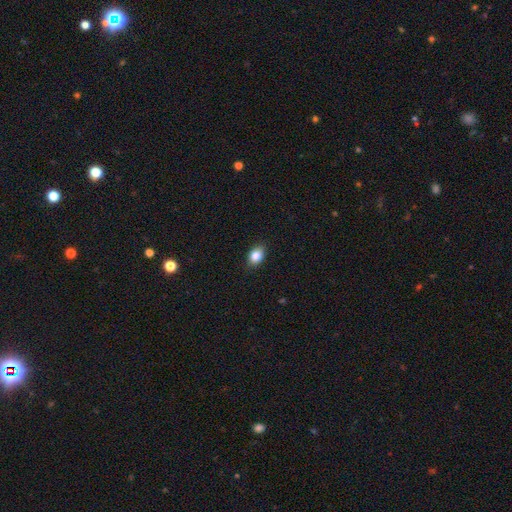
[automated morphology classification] type=smooth (85%); roundness=in between (76%); merging=none (87%).